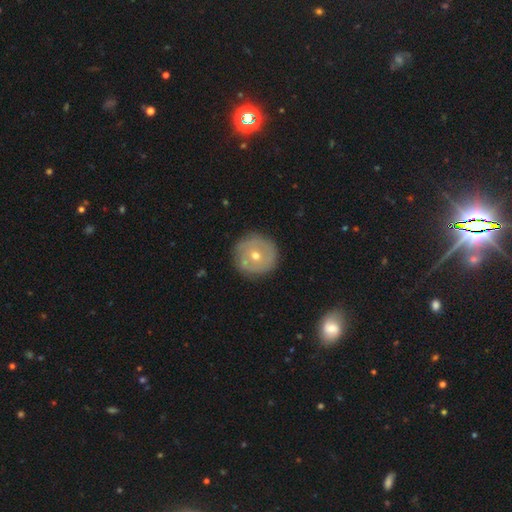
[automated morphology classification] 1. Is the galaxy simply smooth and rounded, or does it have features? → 57% featured or disk, 35% smooth, 8% star or artifact.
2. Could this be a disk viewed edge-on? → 95% no, 5% yes.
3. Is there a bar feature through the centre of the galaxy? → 79% no, 16% weak, 5% strong.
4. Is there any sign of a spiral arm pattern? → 52% yes, 48% no.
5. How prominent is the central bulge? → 61% moderate, 36% small, 2% large, 1% none, 1% dominant.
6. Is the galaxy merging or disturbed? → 85% none, 11% minor disturbance, 3% major disturbance, 1% merger.